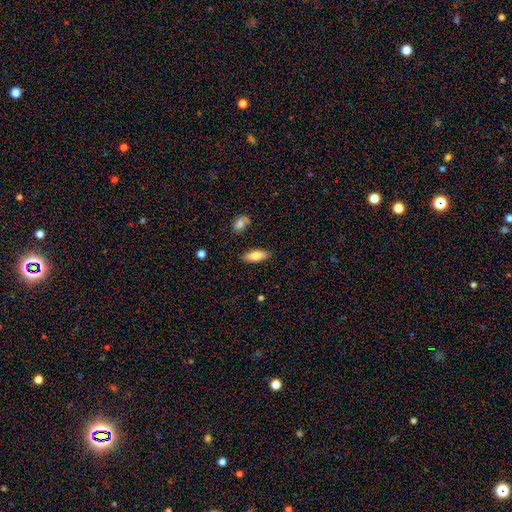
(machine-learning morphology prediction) Smooth or featured: smooth — 78% (featured or disk — 15%)
How rounded: in between — 69% (cigar-shaped — 29%)
Merging: none — 86% (minor disturbance — 10%)